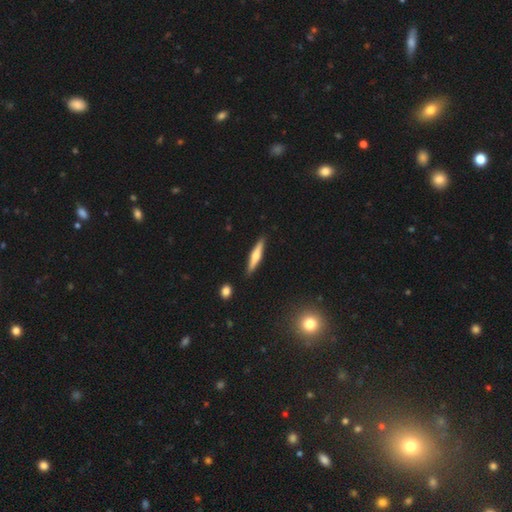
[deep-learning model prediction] Smooth or featured: featured or disk — 50% (smooth — 44%)
Merging: none — 89% (minor disturbance — 8%)